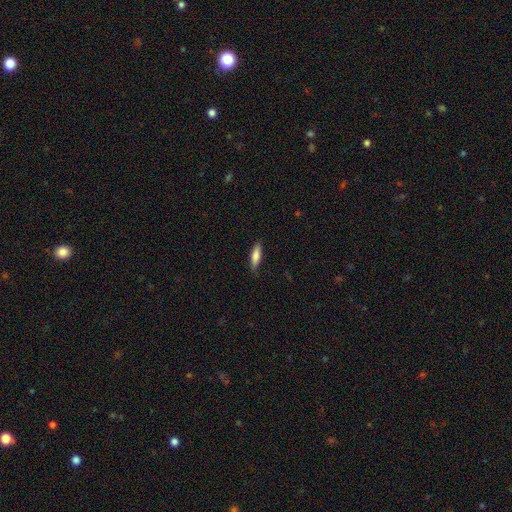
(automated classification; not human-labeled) Smooth or featured: smooth — 78% (featured or disk — 16%)
How rounded: cigar-shaped — 61% (in between — 38%)
Merging: none — 83% (minor disturbance — 13%)